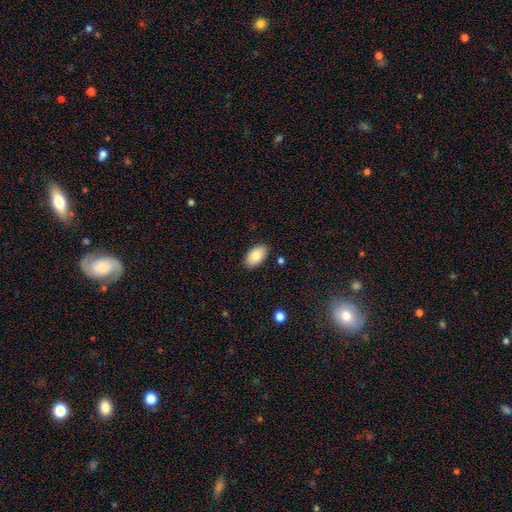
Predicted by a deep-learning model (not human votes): This is clearly a smooth galaxy (83%). How rounded: clearly in between (94%). Merging: clearly none (86%).